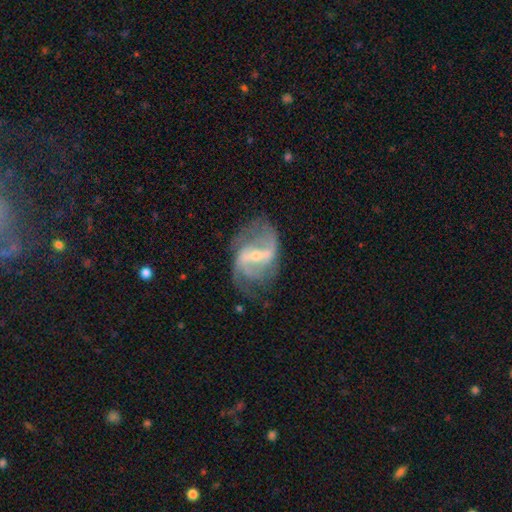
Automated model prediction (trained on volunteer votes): Q: Smooth or featured?
A: featured or disk (87%); runner-up: smooth (7%)
Q: Edge-on disk?
A: no (97%); runner-up: yes (3%)
Q: Bar?
A: strong (55%); runner-up: weak (36%)
Q: Spiral arms?
A: yes (93%); runner-up: no (7%)
Q: Spiral winding?
A: loose (48%); runner-up: medium (40%)
Q: Spiral arm count?
A: 2 (75%); runner-up: can't tell (10%)
Q: Bulge size?
A: small (62%); runner-up: moderate (31%)
Q: Merging?
A: none (62%); runner-up: minor disturbance (20%)